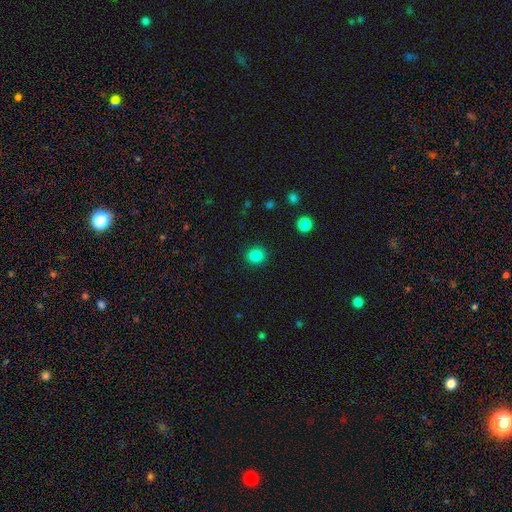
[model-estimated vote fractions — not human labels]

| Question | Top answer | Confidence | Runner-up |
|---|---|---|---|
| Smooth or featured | smooth | 85% | star or artifact (11%) |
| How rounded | round | 87% | in between (12%) |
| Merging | none | 91% | minor disturbance (6%) |